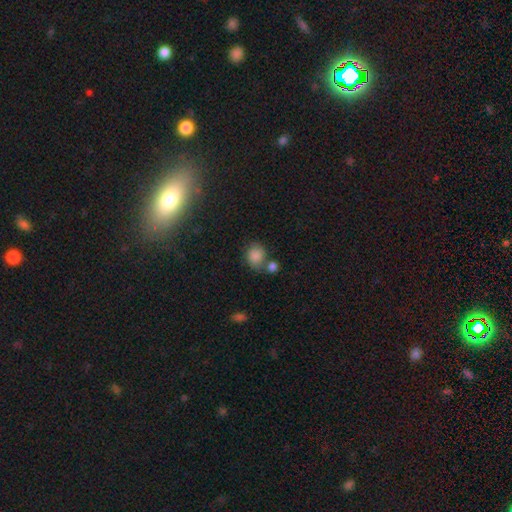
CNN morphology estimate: type=smooth (84%); roundness=round (63%); merging=none (55%).